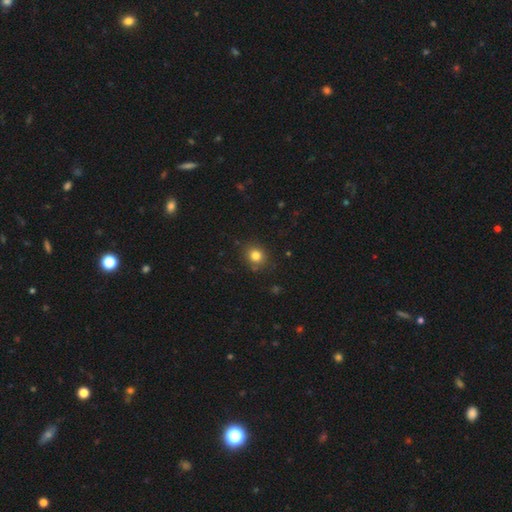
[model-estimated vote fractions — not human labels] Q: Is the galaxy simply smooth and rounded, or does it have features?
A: smooth — 81%.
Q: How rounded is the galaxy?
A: round — 77%.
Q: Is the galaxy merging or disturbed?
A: none — 83%.